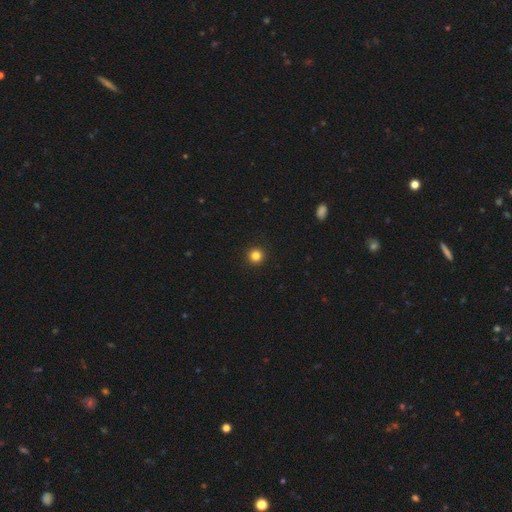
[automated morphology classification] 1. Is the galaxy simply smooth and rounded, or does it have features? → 83% smooth, 13% star or artifact, 4% featured or disk.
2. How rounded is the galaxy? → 96% round, 3% in between, 1% cigar-shaped.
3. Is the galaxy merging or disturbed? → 94% none, 4% minor disturbance, 1% major disturbance, 1% merger.